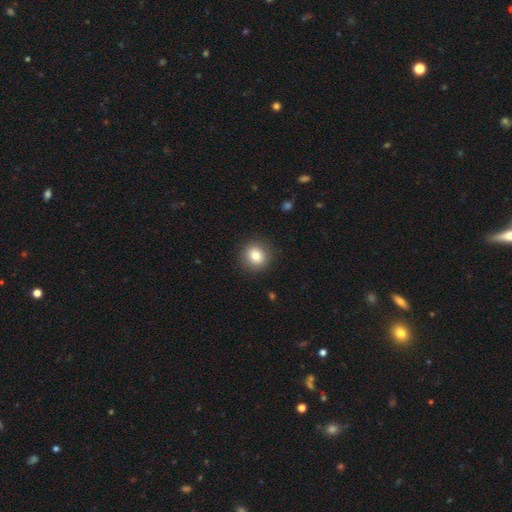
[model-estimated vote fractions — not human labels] A smooth galaxy with no disk features (80%) that is round (87%). Merging: none (89%).